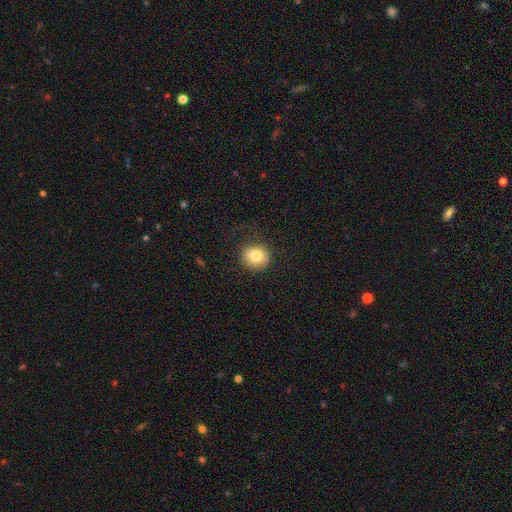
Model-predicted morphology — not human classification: Smooth or featured? smooth (80%)
How rounded? round (87%)
Merging? none (83%)